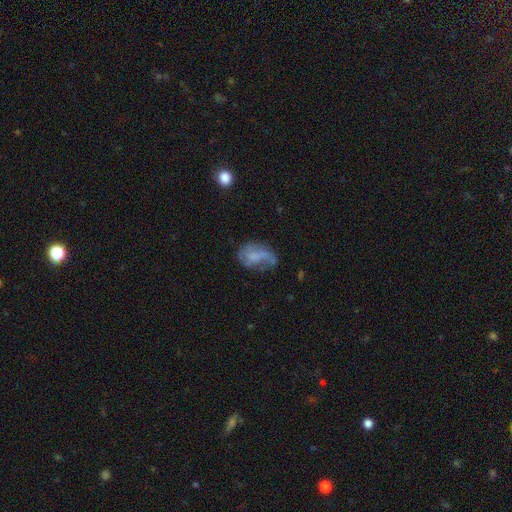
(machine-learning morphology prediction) Overall: featured or disk (51%; smooth 40%). Edge-on disk: no (97%). Merging: none (41%; minor disturbance 29%).